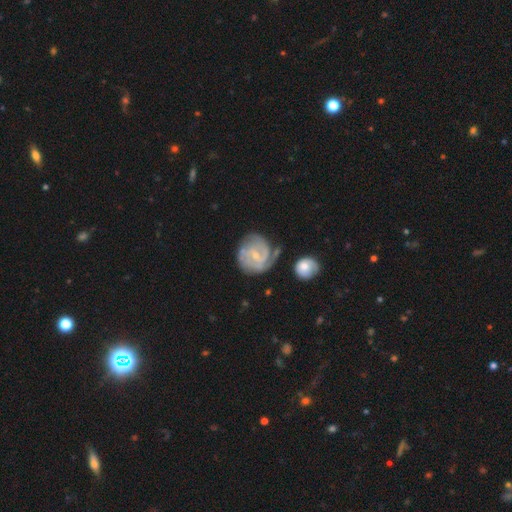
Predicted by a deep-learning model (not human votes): This appears to be a featured or disk galaxy (80%) with a weak bar (50%), 2 (38%) tight (56%) spiral arms (93%) and a small central bulge (70%). Merging: none (57%).